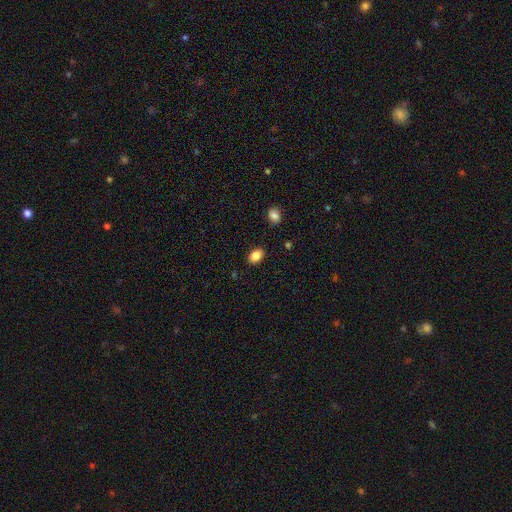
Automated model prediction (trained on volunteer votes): smooth-or-featured: smooth: 85% | star or artifact: 9% | featured or disk: 6%
  how-rounded: in between: 79% | round: 19% | cigar-shaped: 1%
  merging: none: 87% | minor disturbance: 9% | major disturbance: 2% | merger: 2%